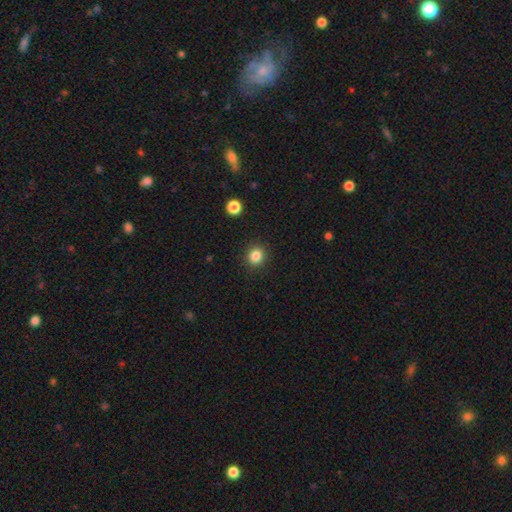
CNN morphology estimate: A smooth galaxy with no disk features (85%) that is round (86%).

Vote fractions:
- Smooth or featured? smooth: 85% / star or artifact: 11% / featured or disk: 4%
- How rounded? round: 86% / in between: 13% / cigar-shaped: 1%
- Merging? none: 91% / minor disturbance: 6% / major disturbance: 2% / merger: 1%